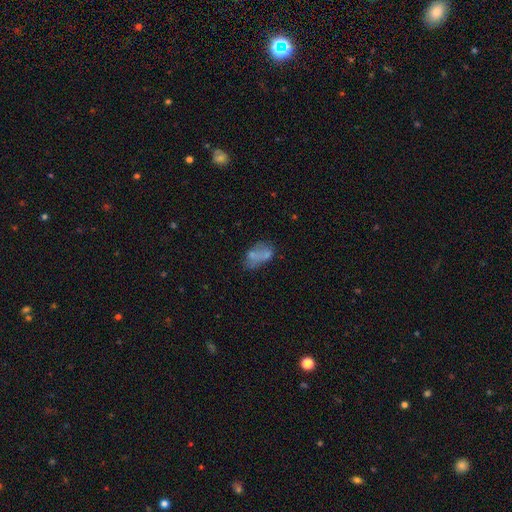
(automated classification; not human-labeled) A smooth galaxy with no disk features (56%) that is in between round and cigar-shaped (88%). Merging: none (37%).